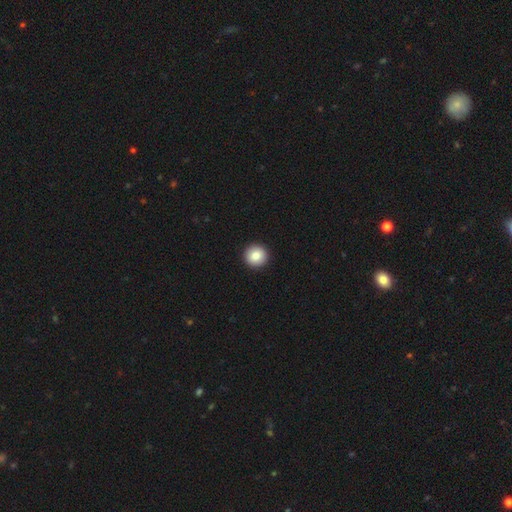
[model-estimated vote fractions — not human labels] A smooth galaxy with no disk features (85%) that is round (96%). Merging: none (94%).